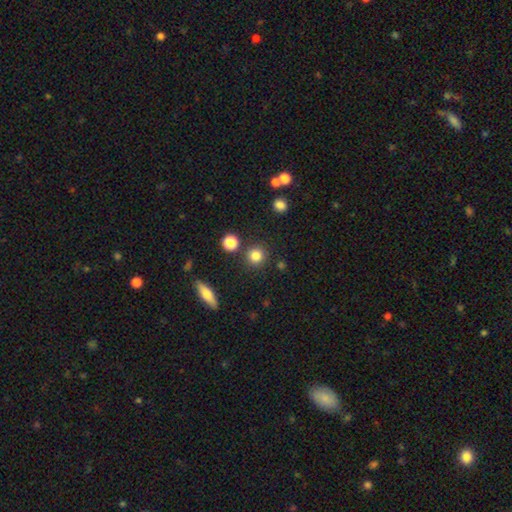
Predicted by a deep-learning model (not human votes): smooth 83%, star or artifact 12%, featured or disk 6%. Down the decision tree: how rounded — round (92%); merging — none (86%).